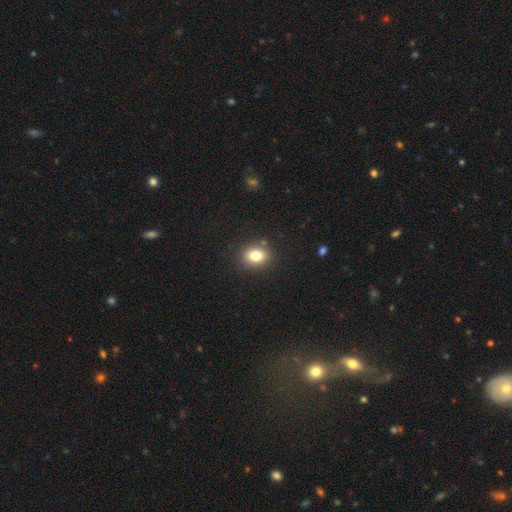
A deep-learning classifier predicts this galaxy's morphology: smooth 80%, star or artifact 11%, featured or disk 8%. Down the decision tree: how rounded — round (50%); merging — none (85%).